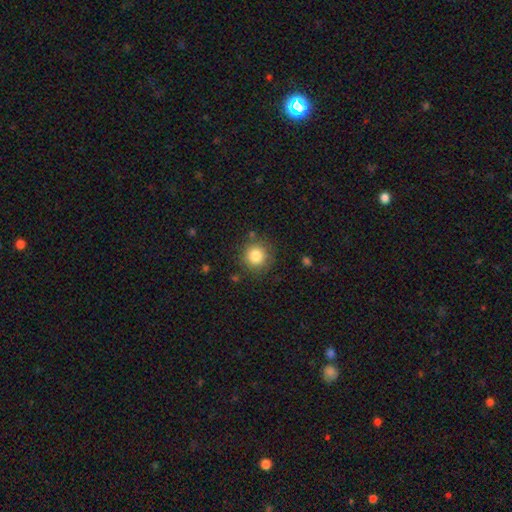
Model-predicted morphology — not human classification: type=smooth (82%); roundness=round (93%); merging=none (83%).